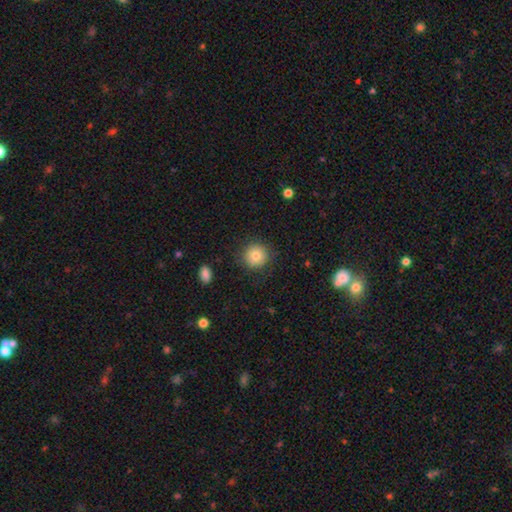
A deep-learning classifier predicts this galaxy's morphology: Smooth or featured?
  - smooth: 81% *
  - star or artifact: 10%
  - featured or disk: 9%
How rounded?
  - round: 94% *
  - in between: 6%
  - cigar-shaped: 1%
Merging?
  - none: 87% *
  - minor disturbance: 9%
  - major disturbance: 3%
  - merger: 1%